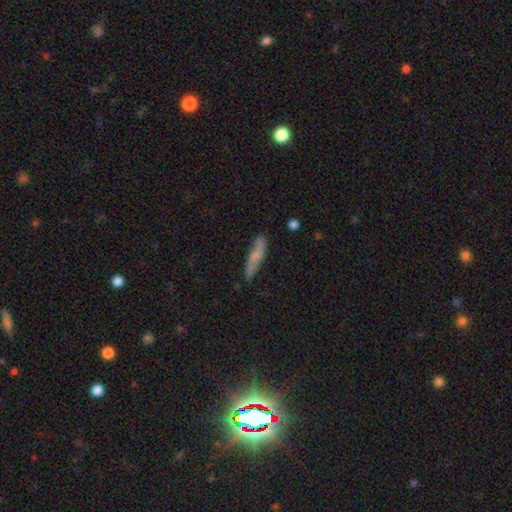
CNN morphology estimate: type=smooth (47%); merging=none (72%).